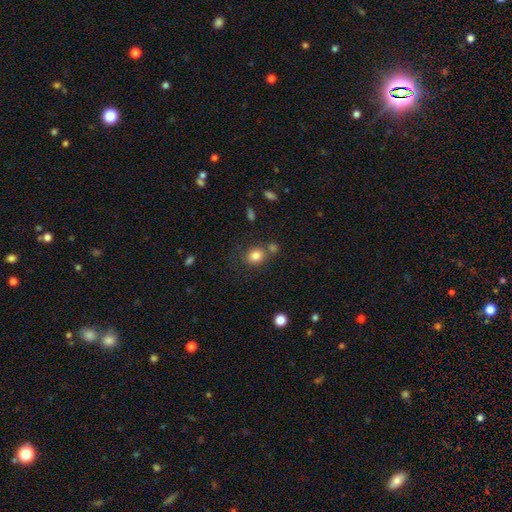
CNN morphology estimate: A smooth galaxy with no disk features (82%) that is round (72%). Merging: none (63%).